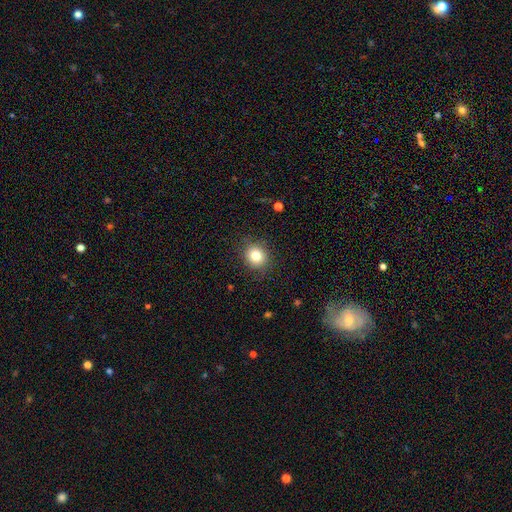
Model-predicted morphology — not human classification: Smooth or featured: smooth — 82% (star or artifact — 11%)
How rounded: round — 80% (in between — 19%)
Merging: none — 87% (minor disturbance — 9%)